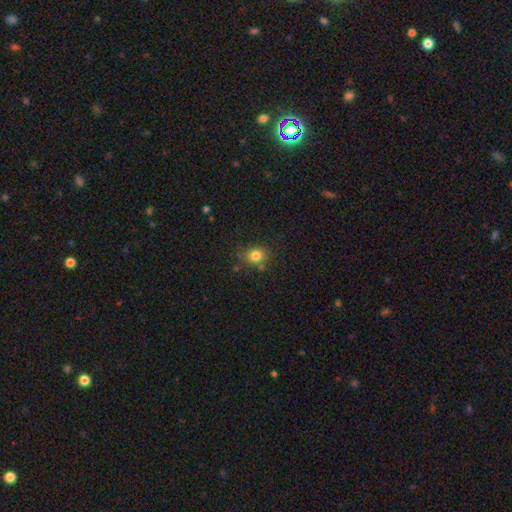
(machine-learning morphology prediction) smooth-or-featured: smooth: 81% | star or artifact: 12% | featured or disk: 7%
  how-rounded: round: 65% | in between: 34% | cigar-shaped: 1%
  merging: none: 75% | minor disturbance: 14% | merger: 6% | major disturbance: 4%